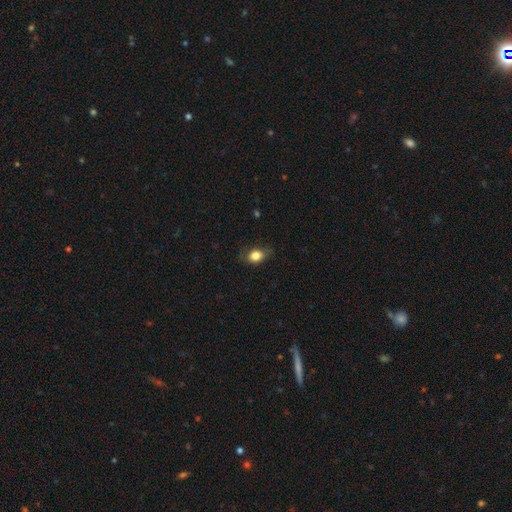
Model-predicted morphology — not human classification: Smooth or featured? Predicted: smooth (p=0.81). How rounded? Predicted: in between (p=0.64). Merging? Predicted: none (p=0.69).